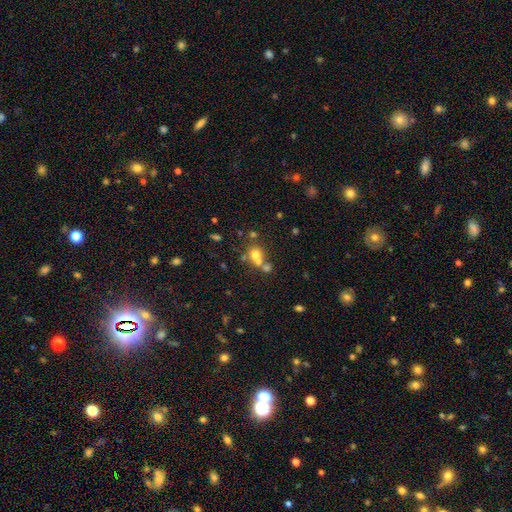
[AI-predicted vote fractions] Smooth or featured?
  - smooth: 65% *
  - star or artifact: 18%
  - featured or disk: 17%
How rounded?
  - round: 77% *
  - in between: 22%
  - cigar-shaped: 1%
Merging?
  - merger: 47% *
  - none: 40%
  - minor disturbance: 8%
  - major disturbance: 5%